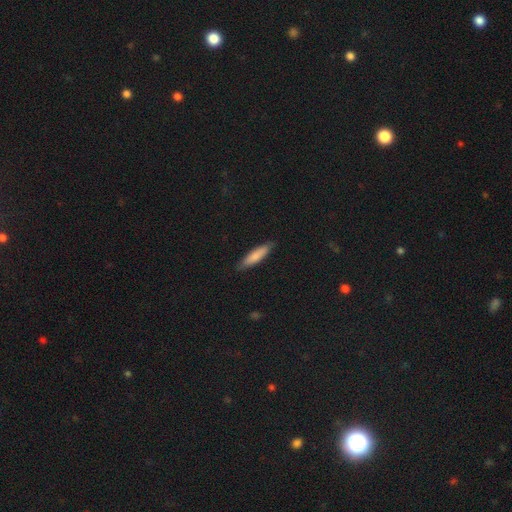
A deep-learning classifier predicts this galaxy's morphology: Smooth or featured: smooth — 80% (featured or disk — 15%)
How rounded: cigar-shaped — 72% (in between — 26%)
Merging: none — 85% (minor disturbance — 12%)